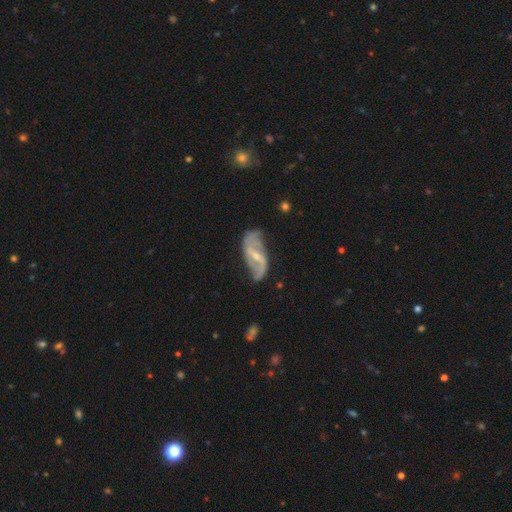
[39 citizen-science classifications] Smooth or featured? featured or disk (79%)
Edge-on disk? no (100%)
Bar? strong (45%)
Spiral arms? yes (84%)
Spiral winding? loose (65%)
Spiral arm count? 2 (85%)
Bulge size? small (61%)
Merging? none (62%)